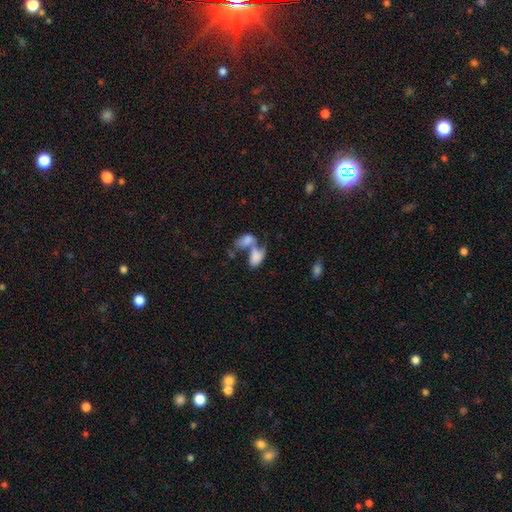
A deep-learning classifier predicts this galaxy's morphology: Overall: smooth (74%). How rounded: in between (92%). Merging: merger (70%).